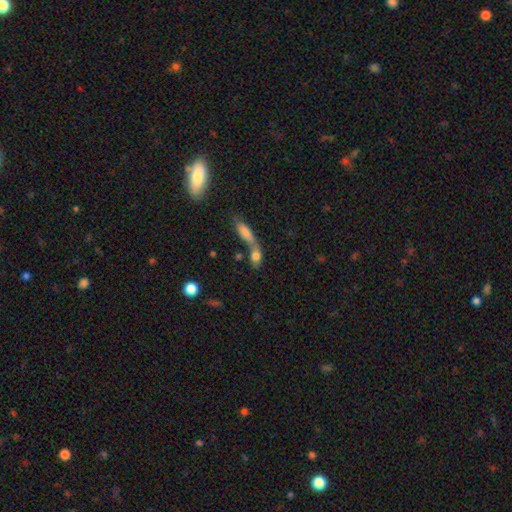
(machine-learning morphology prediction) This is likely a smooth galaxy (74%). How rounded: likely in between (66%). Merging: likely merger (62%).